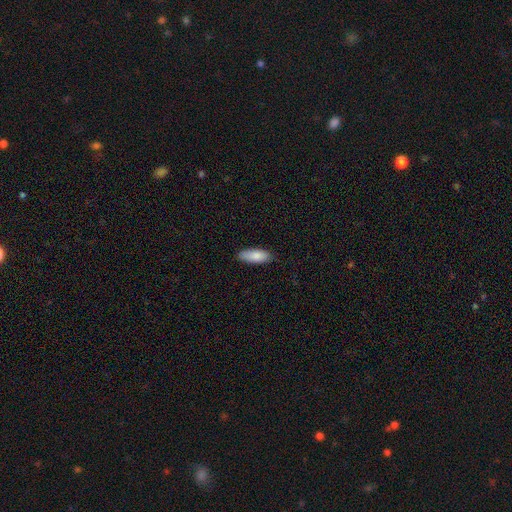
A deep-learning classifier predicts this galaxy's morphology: This appears to be a smooth galaxy with no disk features (87%) that is in between round and cigar-shaped (75%). Merging: none (84%).